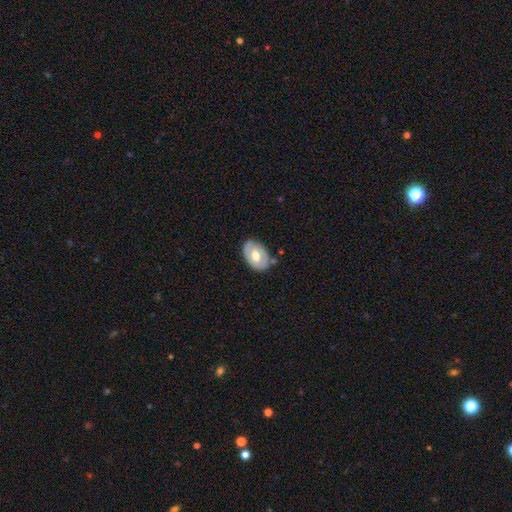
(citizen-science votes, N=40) Smooth or featured: featured or disk — 52% (smooth — 42%)
Edge-on disk: no — 95% (yes — 5%)
Bar: no — 85% (weak — 15%)
Spiral arms: no — 65% (yes — 35%)
Bulge size: moderate — 75% (large — 20%)
Merging: none — 61% (minor disturbance — 29%)